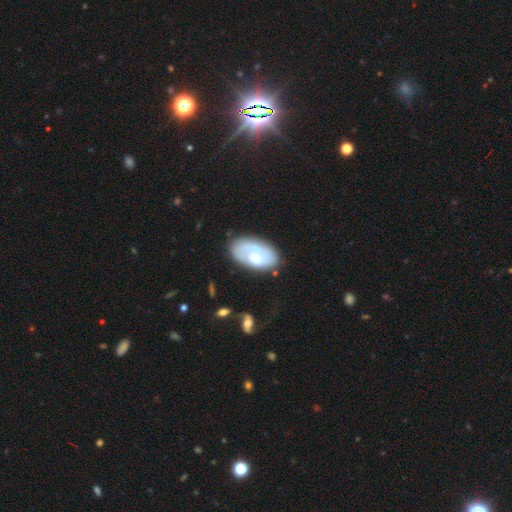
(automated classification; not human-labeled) This appears to be a featured or disk galaxy (55%) with no bar (75%), spiral arms (66%) and a moderate central bulge (48%). Merging: none (61%).